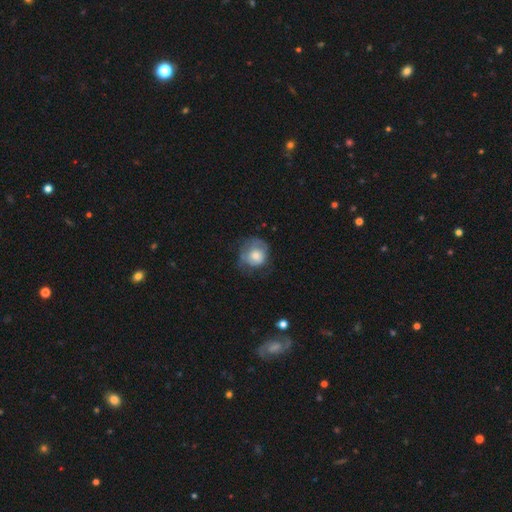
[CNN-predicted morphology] Smooth or featured? smooth (62%)
How rounded? round (78%)
Merging? none (45%)